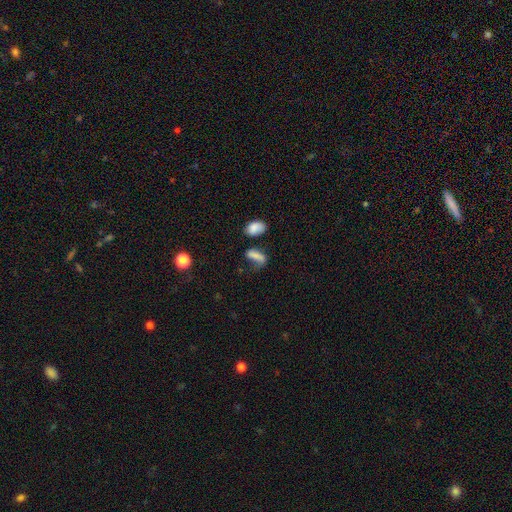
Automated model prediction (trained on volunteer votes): This appears to be a smooth galaxy with no disk features (71%) that is in between round and cigar-shaped (75%). Merging: none (37%).